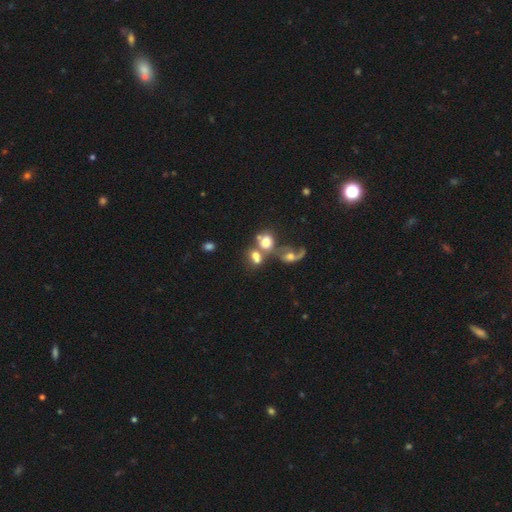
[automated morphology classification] A smooth galaxy with no disk features (62%) that is round (56%). Merging: merger (58%).